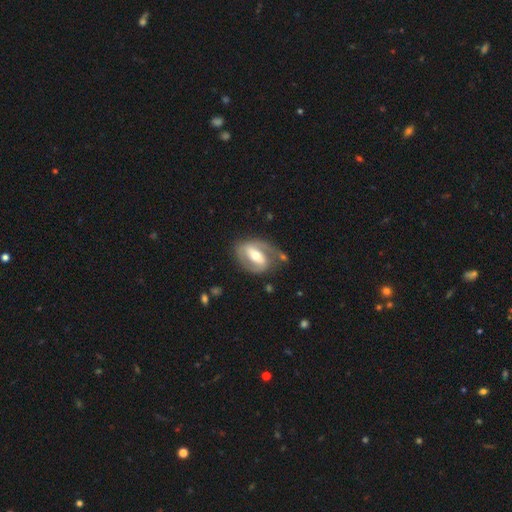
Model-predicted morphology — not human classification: This is likely a featured or disk galaxy (78%). It is clearly not viewed edge-on (95%). Bar: possibly strong (58%). Spiral arm pattern: clearly yes (83%). Spiral arm count: likely 2 (75%). Spiral winding: marginally medium (45%). Central bulge: likely moderate (65%). Merging: likely none (64%).